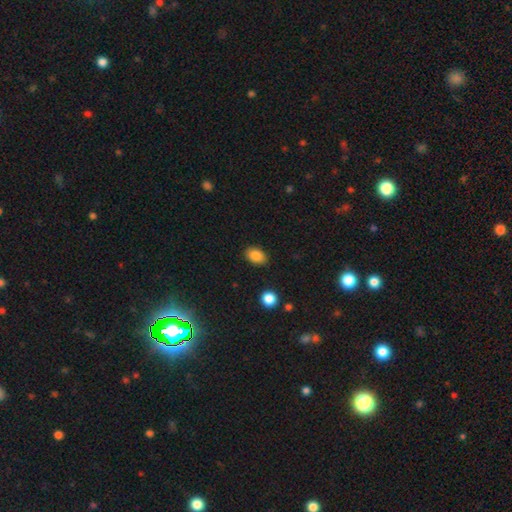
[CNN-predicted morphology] Smooth or featured? Predicted: smooth (p=0.86). How rounded? Predicted: in between (p=0.79). Merging? Predicted: none (p=0.86).